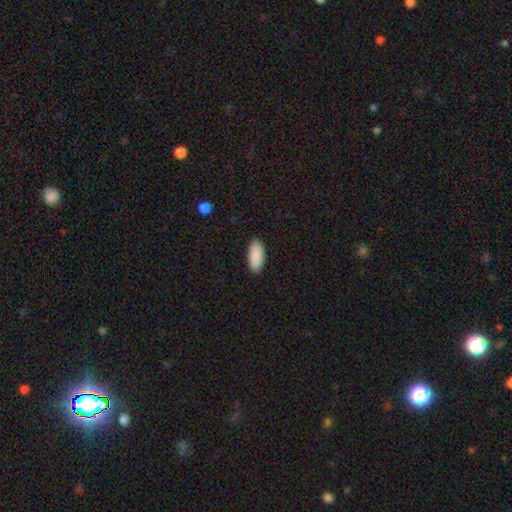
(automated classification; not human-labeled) smooth_or_featured: smooth (p=0.91) [alt: star or artifact p=0.06]
how_rounded: in between (p=0.87) [alt: cigar-shaped p=0.12]
merging: none (p=0.89) [alt: minor disturbance p=0.08]